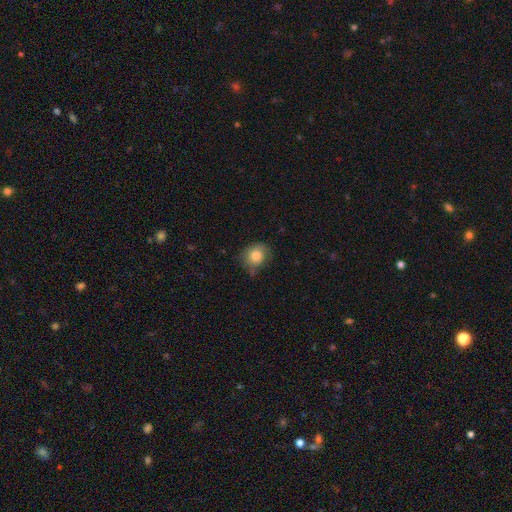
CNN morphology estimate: This is likely a smooth galaxy (79%). How rounded: likely round (72%). Merging: likely none (64%).